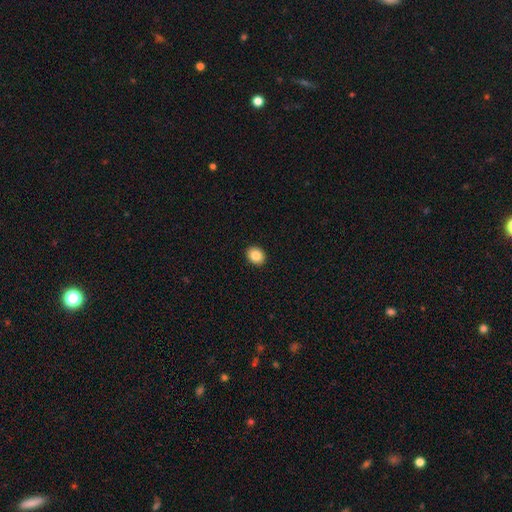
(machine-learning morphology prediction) Smooth or featured: smooth — 86% (star or artifact — 9%)
How rounded: round — 54% (in between — 45%)
Merging: none — 92% (minor disturbance — 6%)